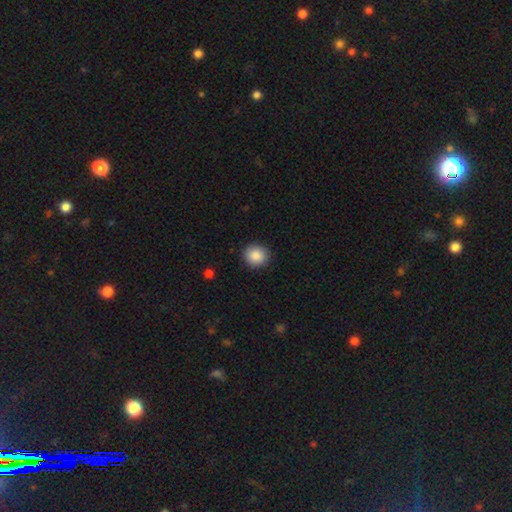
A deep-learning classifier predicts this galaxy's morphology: This appears to be a smooth galaxy with no disk features (88%) that is round (87%). Merging: none (90%).